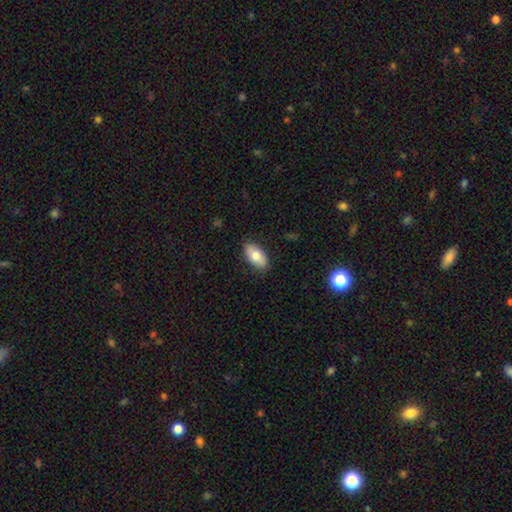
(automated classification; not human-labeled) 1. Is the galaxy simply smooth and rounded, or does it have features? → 77% smooth, 17% featured or disk, 6% star or artifact.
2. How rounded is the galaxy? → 93% in between, 4% round, 3% cigar-shaped.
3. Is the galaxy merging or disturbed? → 86% none, 11% minor disturbance, 2% major disturbance, 1% merger.